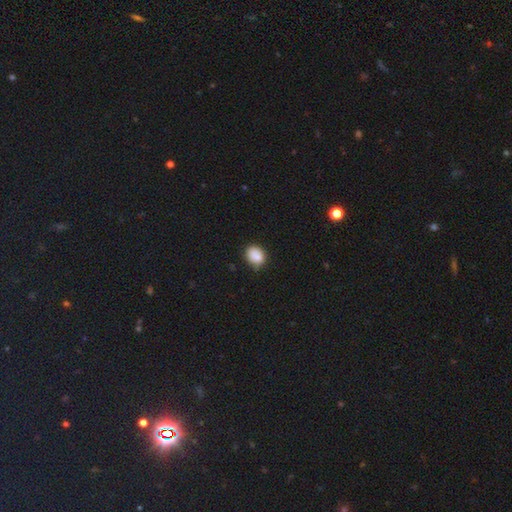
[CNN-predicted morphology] The model was most divided on "how rounded": round: 51%, in between: 48%, cigar-shaped: 1%. More confident: smooth or featured — smooth (86%); merging — none (70%).